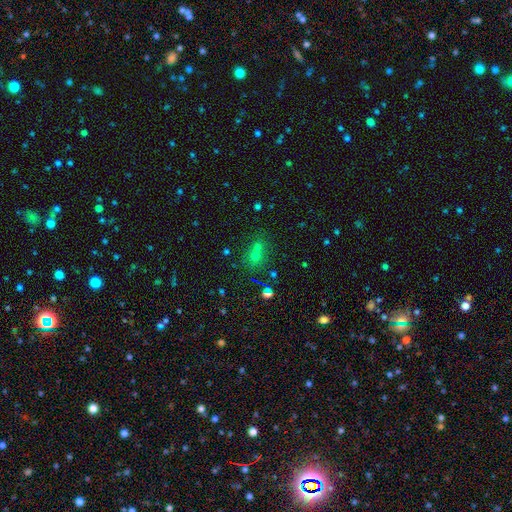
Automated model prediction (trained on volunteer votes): Smooth or featured? smooth (53%)
How rounded? round (76%)
Merging? none (48%)